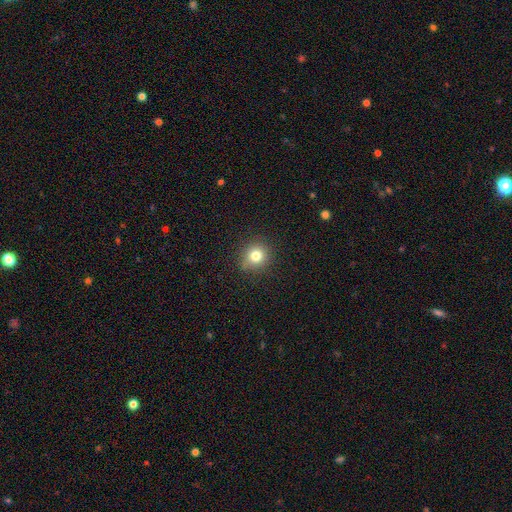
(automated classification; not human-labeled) Q: Smooth or featured?
A: smooth (78%); runner-up: star or artifact (13%)
Q: How rounded?
A: round (89%); runner-up: in between (10%)
Q: Merging?
A: none (86%); runner-up: minor disturbance (10%)